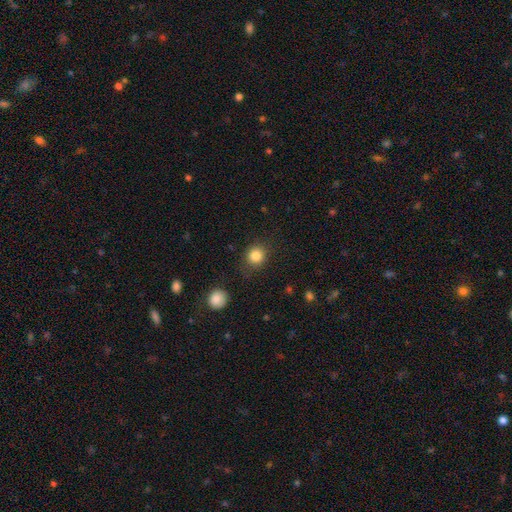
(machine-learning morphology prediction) Overall: smooth (84%). How rounded: round (84%). Merging: none (83%).